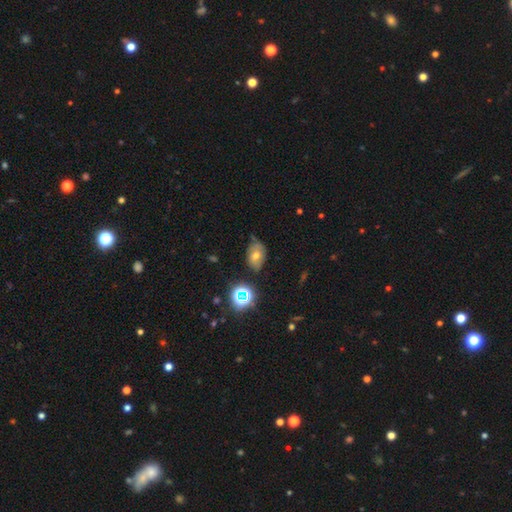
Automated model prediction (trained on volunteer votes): A smooth galaxy with no disk features (58%) that is in between round and cigar-shaped (79%).

Vote fractions:
- Smooth or featured? smooth: 58% / featured or disk: 24% / star or artifact: 18%
- How rounded? in between: 79% / round: 19% / cigar-shaped: 1%
- Merging? none: 65% / minor disturbance: 25% / major disturbance: 6% / merger: 4%